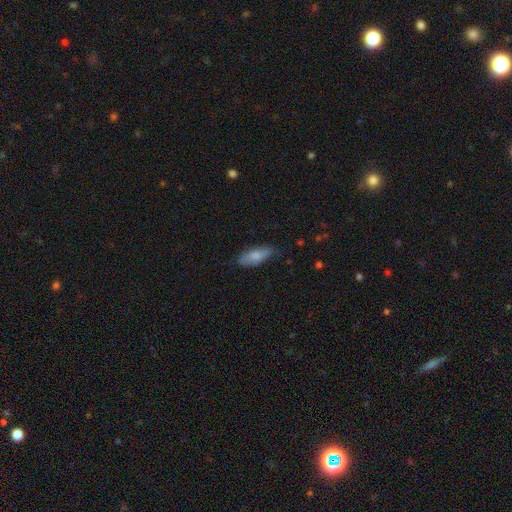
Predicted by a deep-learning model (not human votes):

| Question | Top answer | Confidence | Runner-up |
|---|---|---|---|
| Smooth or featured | smooth | 74% | featured or disk (19%) |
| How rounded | in between | 75% | cigar-shaped (23%) |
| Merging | none | 70% | minor disturbance (23%) |